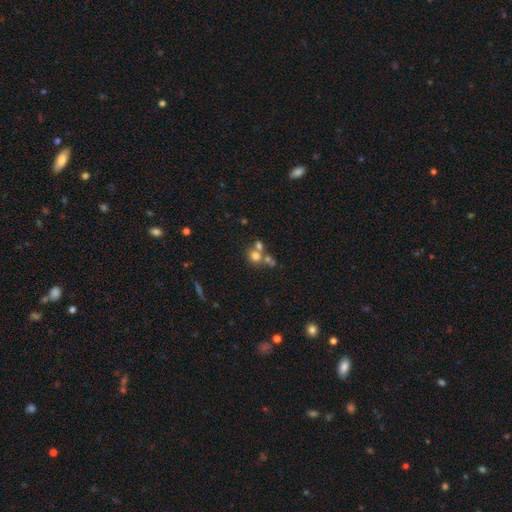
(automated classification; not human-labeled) Smooth or featured: smooth — 67% (featured or disk — 17%)
How rounded: round — 81% (in between — 18%)
Merging: merger — 47% (none — 41%)